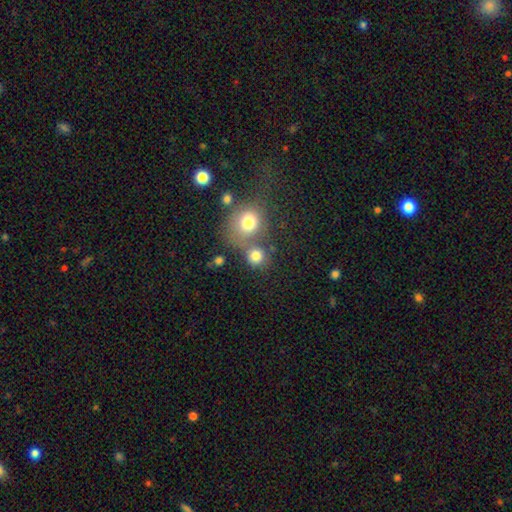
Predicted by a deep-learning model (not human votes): Smooth or featured? Predicted: smooth (p=0.79). How rounded? Predicted: round (p=0.85). Merging? Predicted: none (p=0.53).